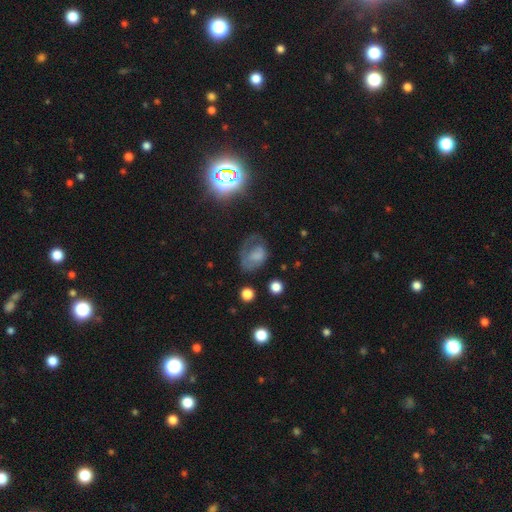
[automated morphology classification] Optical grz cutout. It shows a smooth galaxy with no disk features (55%) that is in between round and cigar-shaped (72%). Merging: major disturbance (39%).